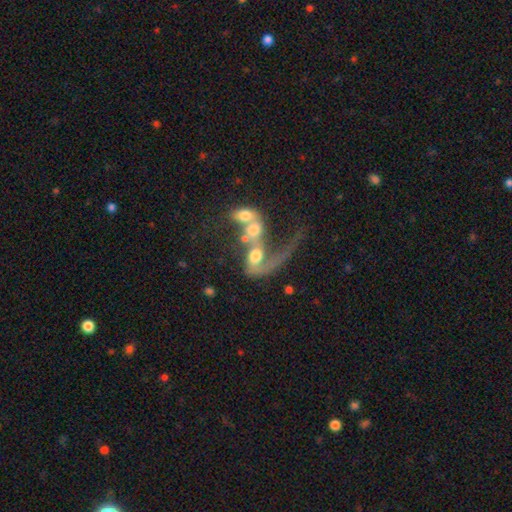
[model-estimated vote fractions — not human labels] smooth-or-featured: featured or disk: 54% | smooth: 36% | star or artifact: 11%
  disk-edge-on: no: 95% | yes: 5%
    bar: no: 74% | weak: 19% | strong: 7%
    has-spiral-arms: yes: 53% | no: 47%
    bulge-size: moderate: 44% | large: 29% | small: 11% | none: 10% | dominant: 6%
  merging: merger: 65% | major disturbance: 21% | none: 9% | minor disturbance: 5%